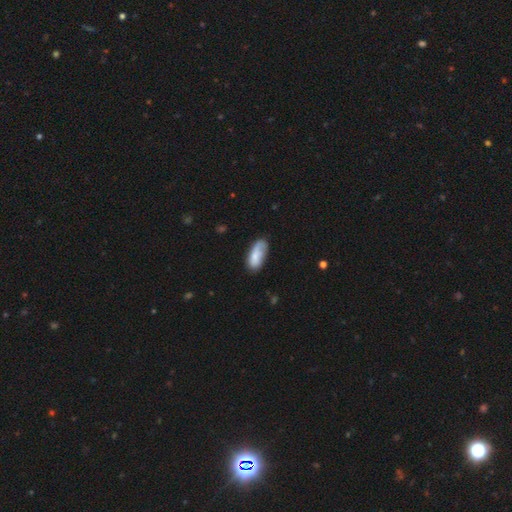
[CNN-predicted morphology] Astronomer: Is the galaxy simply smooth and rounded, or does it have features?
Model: smooth — 74%.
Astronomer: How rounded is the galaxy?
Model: in between — 85%.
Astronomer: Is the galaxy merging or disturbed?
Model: none — 57%.